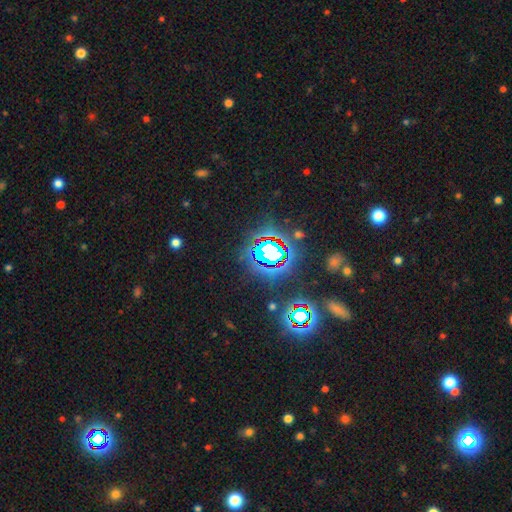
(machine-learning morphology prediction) Smooth or featured? star or artifact (83%)